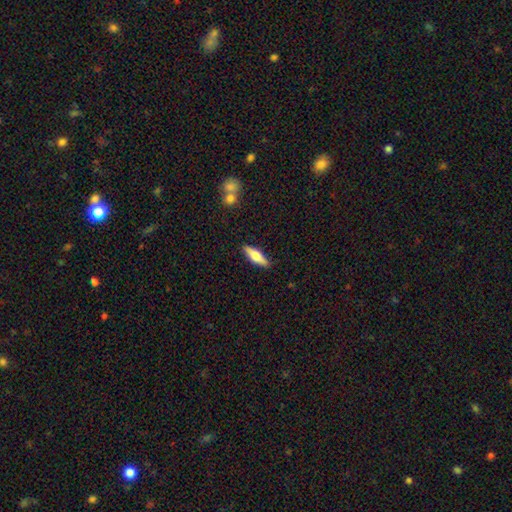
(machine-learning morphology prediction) This appears to be a smooth galaxy with no disk features (56%) that is cigar-shaped (58%). Merging: none (88%).